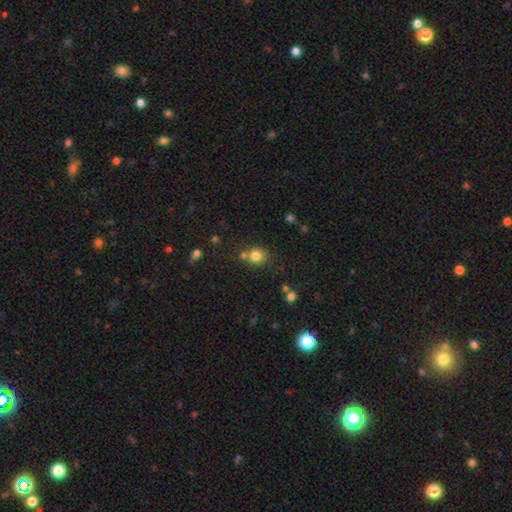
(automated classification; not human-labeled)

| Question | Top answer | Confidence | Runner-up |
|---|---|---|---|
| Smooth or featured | smooth | 80% | star or artifact (12%) |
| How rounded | round | 78% | in between (21%) |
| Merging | none | 61% | merger (24%) |